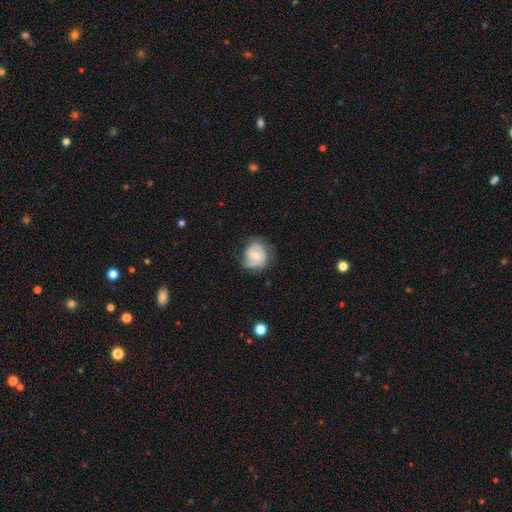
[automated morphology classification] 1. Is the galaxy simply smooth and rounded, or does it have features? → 58% featured or disk, 35% smooth, 7% star or artifact.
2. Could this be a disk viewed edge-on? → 97% no, 3% yes.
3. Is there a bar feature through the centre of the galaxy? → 60% no, 32% weak, 8% strong.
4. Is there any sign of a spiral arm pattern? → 80% yes, 20% no.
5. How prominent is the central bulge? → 59% moderate, 37% small, 2% large, 1% none, 1% dominant.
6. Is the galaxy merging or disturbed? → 61% none, 28% minor disturbance, 10% major disturbance, 1% merger.